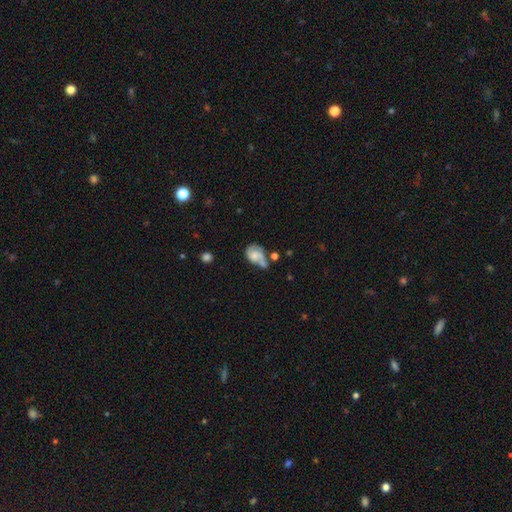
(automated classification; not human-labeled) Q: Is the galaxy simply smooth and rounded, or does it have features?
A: smooth — 46%.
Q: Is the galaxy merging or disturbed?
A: merger — 30%.